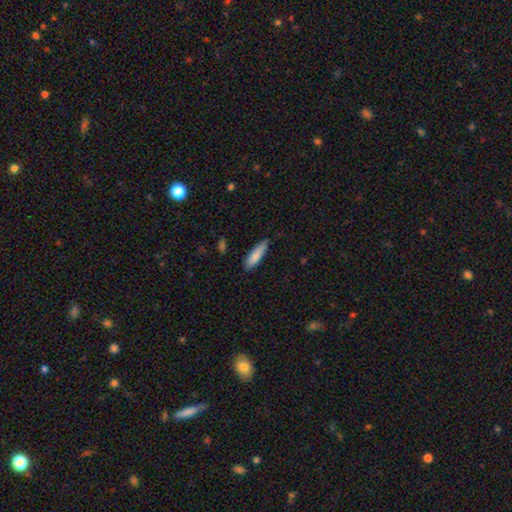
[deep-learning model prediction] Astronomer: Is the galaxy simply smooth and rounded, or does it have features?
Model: smooth — 84%.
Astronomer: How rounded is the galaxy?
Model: cigar-shaped — 68%.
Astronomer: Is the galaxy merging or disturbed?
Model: none — 76%.